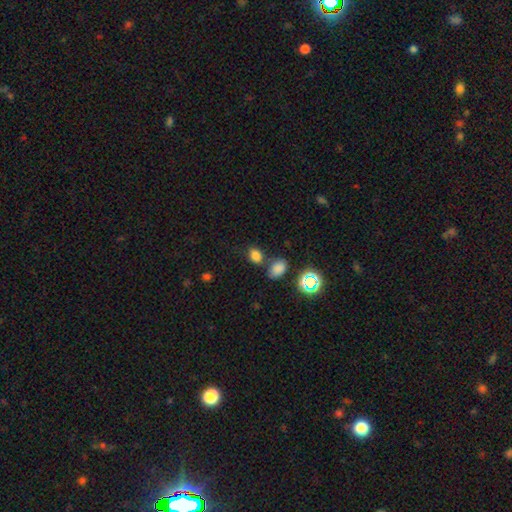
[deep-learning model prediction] smooth 78%, star or artifact 16%, featured or disk 6%. Down the decision tree: how rounded — in between (70%); merging — none (61%).